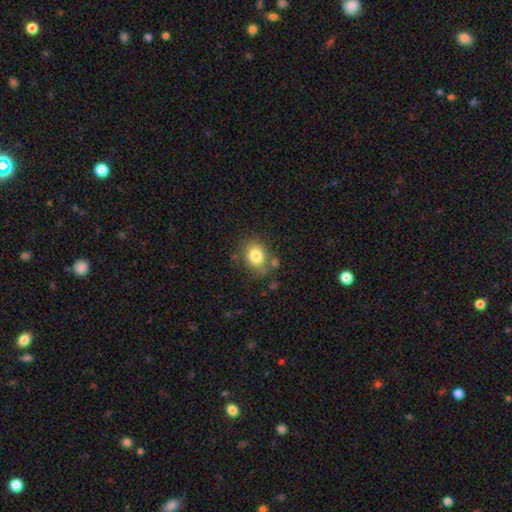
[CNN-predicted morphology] A smooth galaxy with no disk features (81%) that is in between round and cigar-shaped (51%). Merging: none (70%).